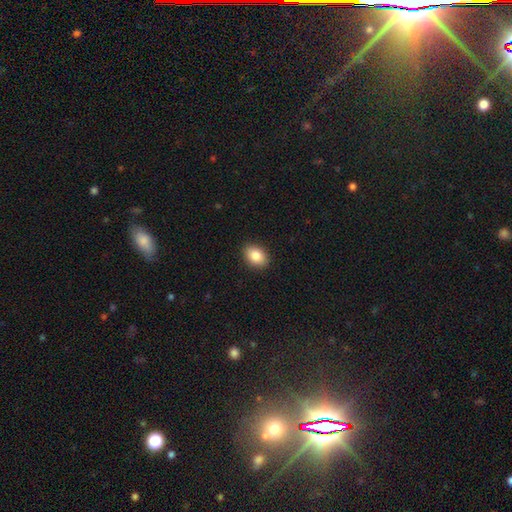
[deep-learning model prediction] The model was most divided on "how rounded": in between: 81%, round: 18%, cigar-shaped: 1%. More confident: merging — none (90%); smooth or featured — smooth (86%).